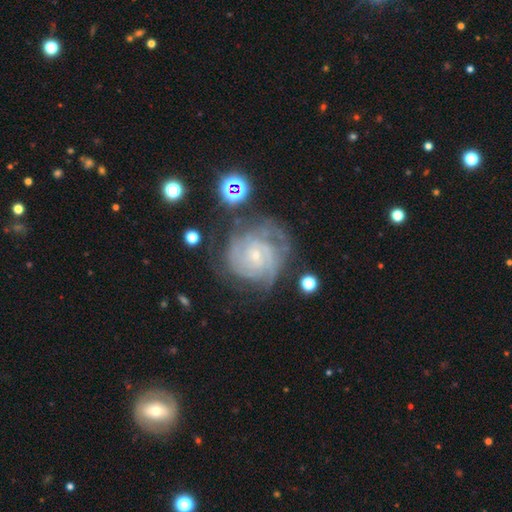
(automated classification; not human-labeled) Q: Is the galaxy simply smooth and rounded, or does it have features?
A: featured or disk — 81%.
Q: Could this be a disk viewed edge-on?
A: no — 98%.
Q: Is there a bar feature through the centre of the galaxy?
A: no — 66%.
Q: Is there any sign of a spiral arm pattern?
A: yes — 93%.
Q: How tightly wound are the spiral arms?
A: tight — 68%.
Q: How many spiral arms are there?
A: can't tell — 39%.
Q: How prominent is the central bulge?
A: small — 78%.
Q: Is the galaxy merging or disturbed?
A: none — 59%.